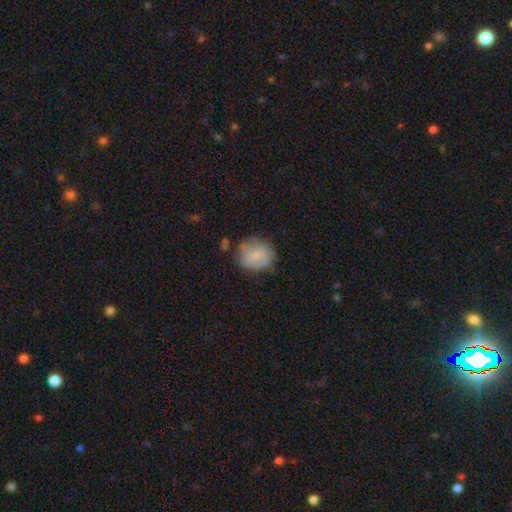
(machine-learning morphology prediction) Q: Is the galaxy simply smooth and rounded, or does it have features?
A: smooth — 54%.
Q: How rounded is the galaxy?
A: round — 67%.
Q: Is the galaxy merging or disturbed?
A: none — 57%.